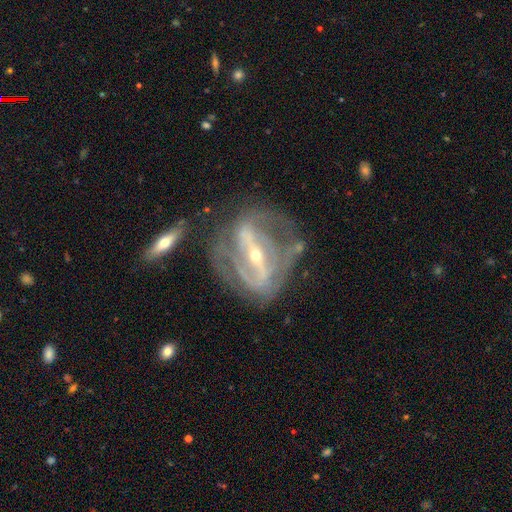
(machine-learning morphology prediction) Smooth or featured?
  - featured or disk: 86% *
  - smooth: 8%
  - star or artifact: 6%
Edge-on disk?
  - no: 90% *
  - yes: 10%
Bar?
  - strong: 73% *
  - weak: 18%
  - no: 10%
Spiral arms?
  - yes: 72% *
  - no: 28%
Spiral winding?
  - tight: 45% *
  - medium: 38%
  - loose: 17%
Spiral arm count?
  - 2: 53% *
  - can't tell: 28%
  - 3: 8%
  - 1: 5%
  - 4: 3%
  - more than 4: 3%
Bulge size?
  - small: 65% *
  - moderate: 31%
  - large: 1%
  - dominant: 1%
  - none: 1%
Merging?
  - none: 50% *
  - minor disturbance: 22%
  - major disturbance: 21%
  - merger: 6%